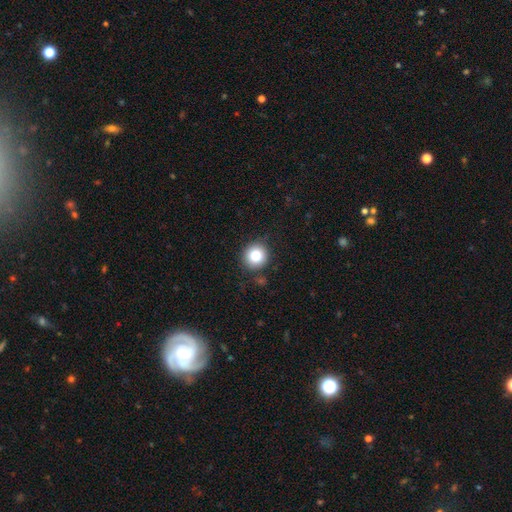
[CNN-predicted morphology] Overall: smooth (81%). How rounded: round (93%). Merging: none (87%).